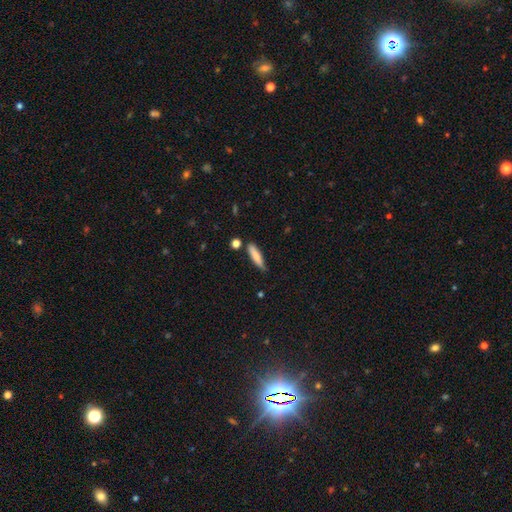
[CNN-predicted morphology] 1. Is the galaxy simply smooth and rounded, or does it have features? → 79% smooth, 14% featured or disk, 6% star or artifact.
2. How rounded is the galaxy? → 77% cigar-shaped, 21% in between, 2% round.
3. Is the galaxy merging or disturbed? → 76% none, 17% minor disturbance, 4% merger, 3% major disturbance.